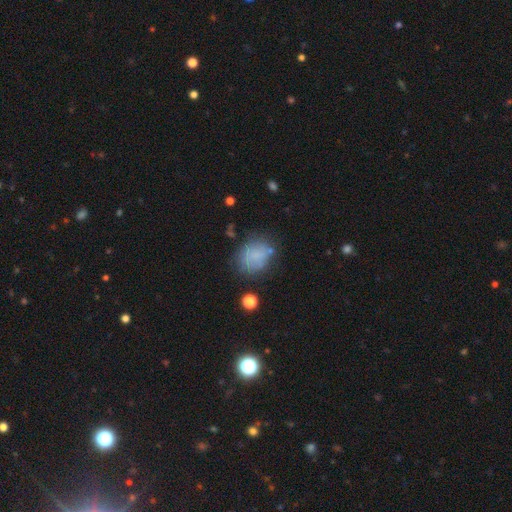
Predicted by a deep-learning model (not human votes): This appears to be a smooth galaxy with no disk features (71%) that is round (54%). Merging: none (63%).